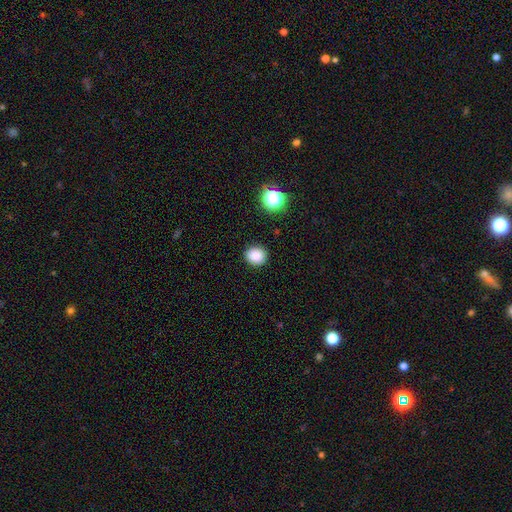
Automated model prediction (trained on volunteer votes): Morphology: type=smooth (84%); roundness=round (83%); merging=none (91%).